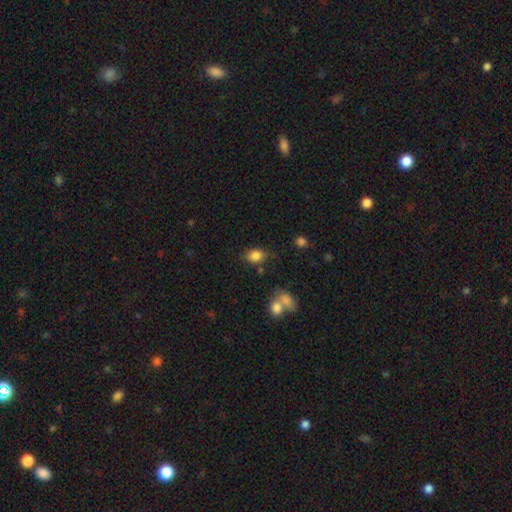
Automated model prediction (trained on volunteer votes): Q: Smooth or featured?
A: smooth (83%); runner-up: star or artifact (10%)
Q: How rounded?
A: in between (70%); runner-up: round (28%)
Q: Merging?
A: none (67%); runner-up: minor disturbance (20%)